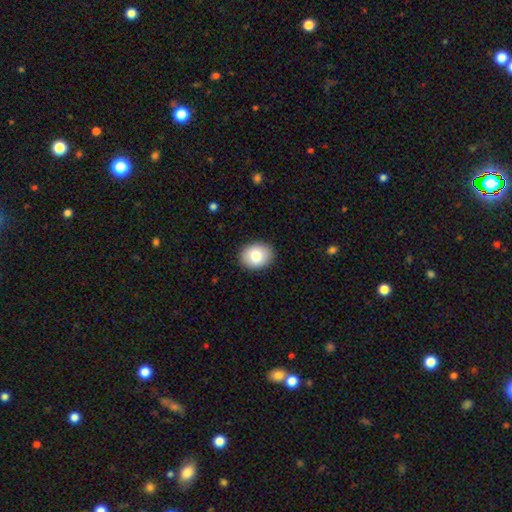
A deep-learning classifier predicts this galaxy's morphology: smooth 79%, featured or disk 13%, star or artifact 8%. Down the decision tree: how rounded — round (51%); merging — none (90%).